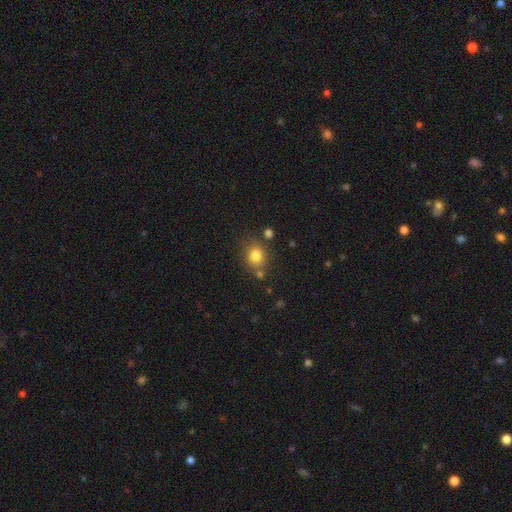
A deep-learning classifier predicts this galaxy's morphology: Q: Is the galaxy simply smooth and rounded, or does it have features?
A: smooth — 80%.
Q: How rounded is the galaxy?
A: round — 70%.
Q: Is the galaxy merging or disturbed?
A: none — 72%.